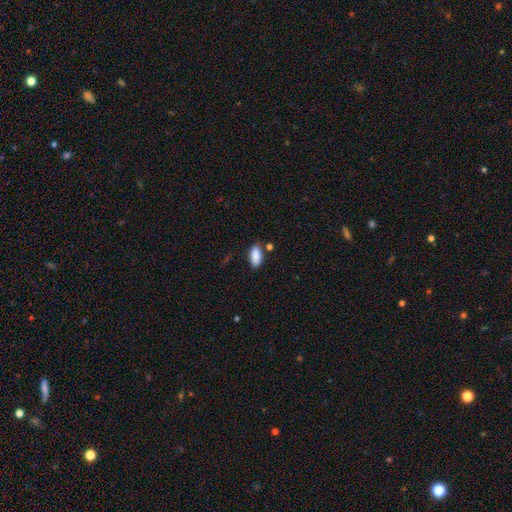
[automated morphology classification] smooth-or-featured: smooth: 89% | star or artifact: 7% | featured or disk: 4%
  how-rounded: in between: 91% | cigar-shaped: 6% | round: 2%
  merging: none: 78% | minor disturbance: 14% | merger: 6% | major disturbance: 3%